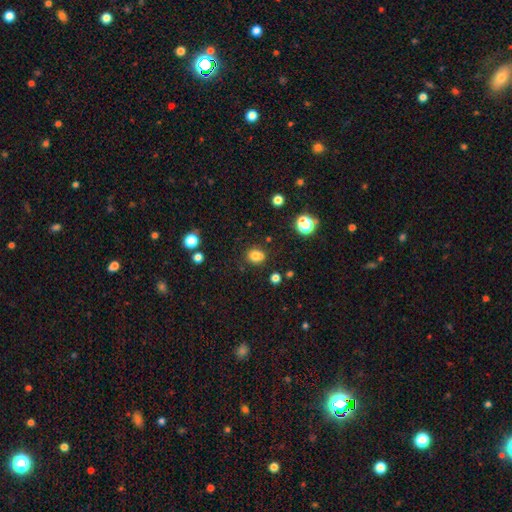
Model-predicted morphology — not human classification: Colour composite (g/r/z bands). It shows a smooth galaxy with no disk features (77%) that is round (73%). Merging: none (64%).